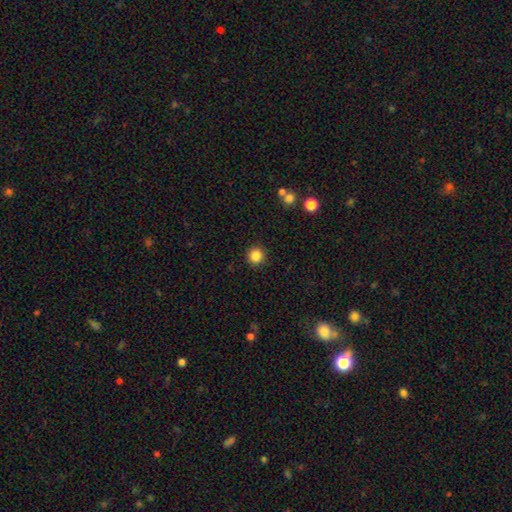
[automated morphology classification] A smooth galaxy with no disk features (86%) that is round (94%). Merging: none (91%).